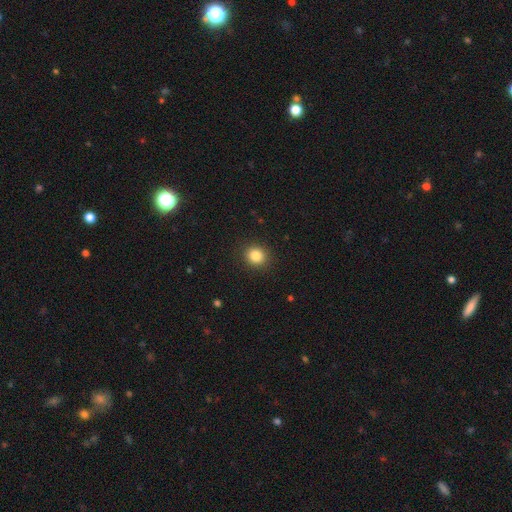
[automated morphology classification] Smooth or featured? smooth (85%)
How rounded? round (86%)
Merging? none (91%)